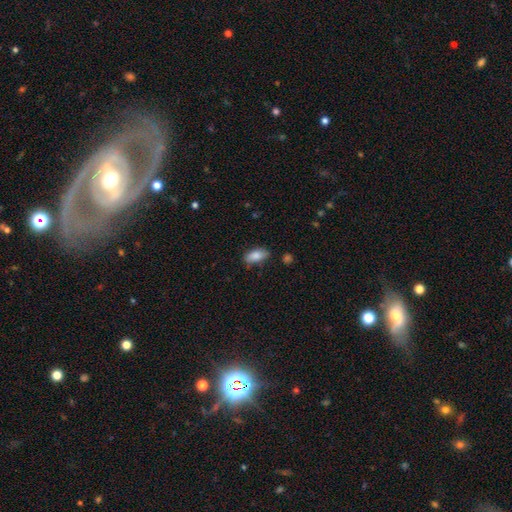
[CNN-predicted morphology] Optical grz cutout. It shows a smooth galaxy with no disk features (83%) that is in between round and cigar-shaped (86%). Merging: none (74%).